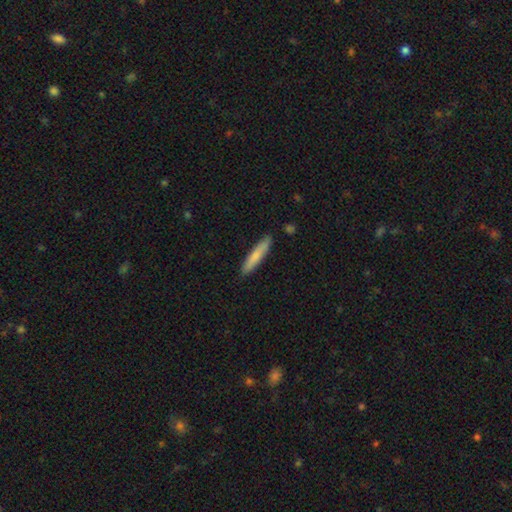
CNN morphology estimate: The model was most divided on "smooth or featured": smooth: 76%, featured or disk: 18%, star or artifact: 5%. More confident: how rounded — cigar-shaped (90%); merging — none (89%).